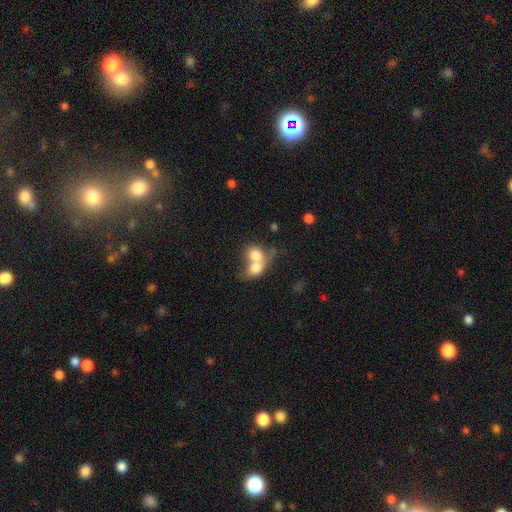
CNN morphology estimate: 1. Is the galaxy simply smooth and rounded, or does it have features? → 72% smooth, 20% featured or disk, 8% star or artifact.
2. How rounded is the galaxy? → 53% round, 46% in between, 1% cigar-shaped.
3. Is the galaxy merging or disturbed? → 77% merger, 14% none, 5% minor disturbance, 4% major disturbance.